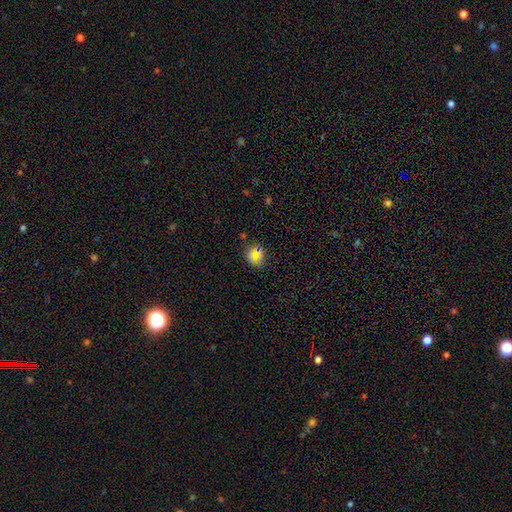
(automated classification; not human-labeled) smooth 59%, star or artifact 33%, featured or disk 8%. Down the decision tree: how rounded — round (56%); merging — none (80%).